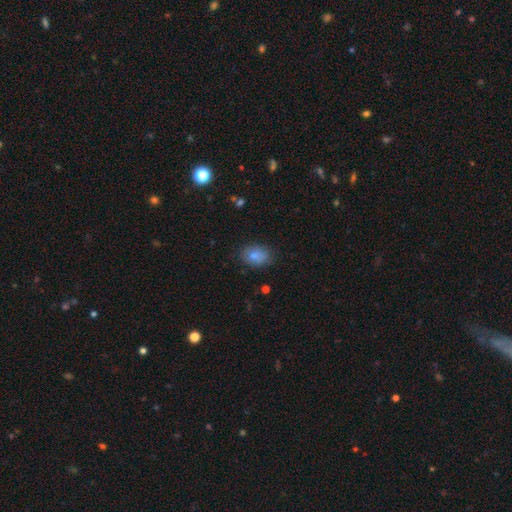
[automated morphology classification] A smooth galaxy with no disk features (82%) that is in between round and cigar-shaped (78%). Merging: none (76%).